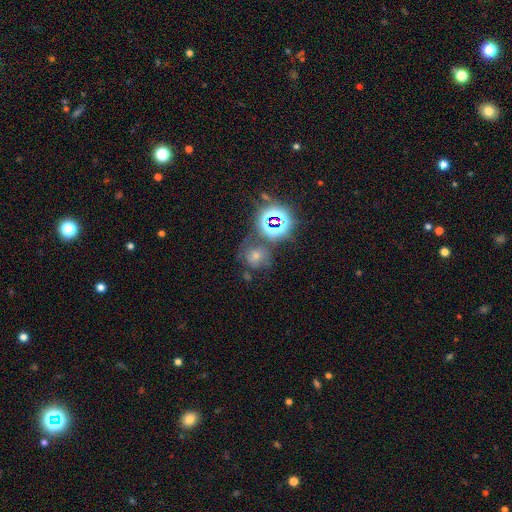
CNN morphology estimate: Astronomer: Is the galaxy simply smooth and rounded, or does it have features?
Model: smooth — 45% (runner-up: star or artifact, 33%).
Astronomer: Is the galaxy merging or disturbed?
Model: none — 55%.